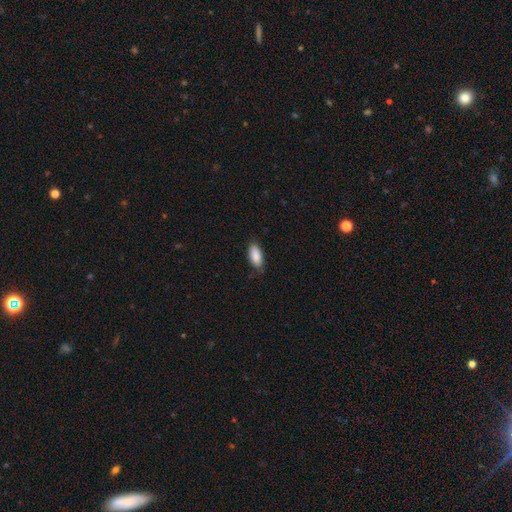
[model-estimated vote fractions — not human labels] Morphology: type=smooth (89%); roundness=in between (87%); merging=none (77%).